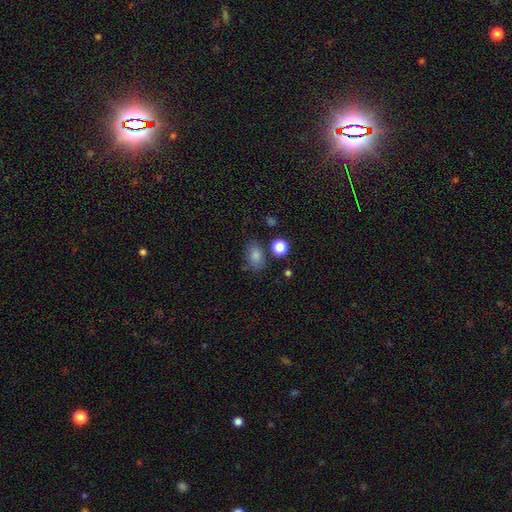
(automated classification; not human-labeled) This is clearly a smooth galaxy (83%). How rounded: clearly in between (81%). Merging: likely none (72%).